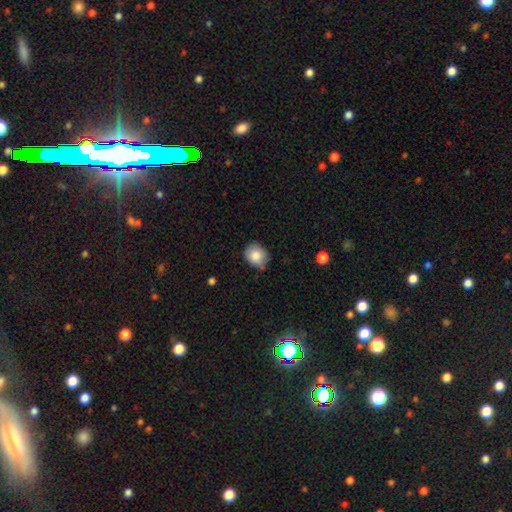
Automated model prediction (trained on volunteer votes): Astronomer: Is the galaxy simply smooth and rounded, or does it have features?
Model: smooth — 85%.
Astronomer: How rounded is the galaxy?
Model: round — 62%.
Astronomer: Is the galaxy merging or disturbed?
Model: none — 70%.